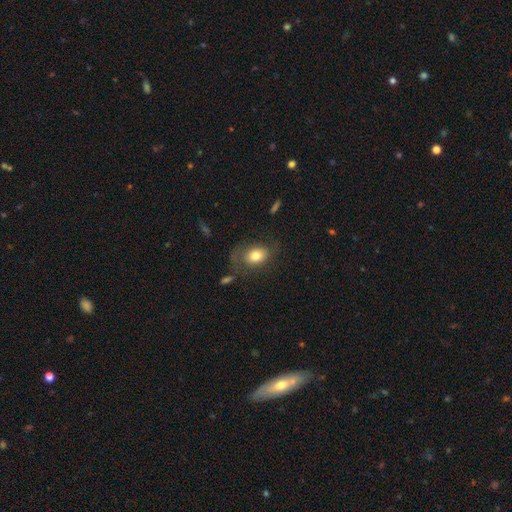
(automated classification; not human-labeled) A smooth galaxy with no disk features (73%) that is in between round and cigar-shaped (69%).

Vote fractions:
- Smooth or featured? smooth: 73% / featured or disk: 18% / star or artifact: 9%
- How rounded? in between: 69% / round: 30% / cigar-shaped: 1%
- Merging? none: 56% / minor disturbance: 21% / major disturbance: 20% / merger: 4%